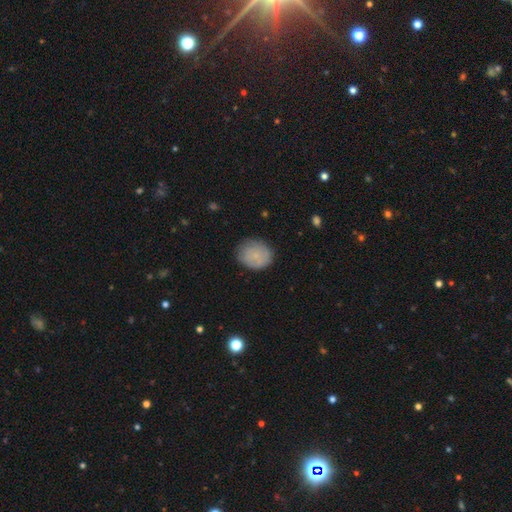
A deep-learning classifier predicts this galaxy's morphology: This appears to be a smooth galaxy with no disk features (69%) that is round (65%). Merging: none (76%).